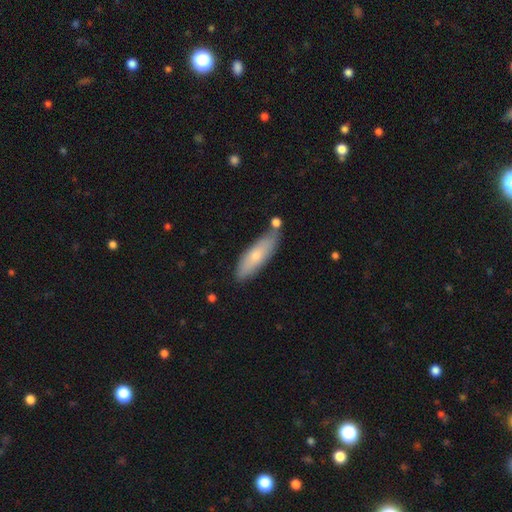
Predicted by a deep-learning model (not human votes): Overall: smooth (67%). How rounded: cigar-shaped (50%; in between 48%). Merging: none (72%).